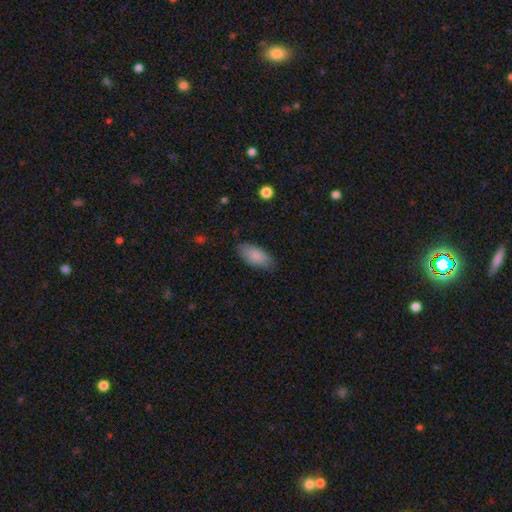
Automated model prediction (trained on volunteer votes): Overall: smooth (85%). How rounded: in between (91%). Merging: none (81%).